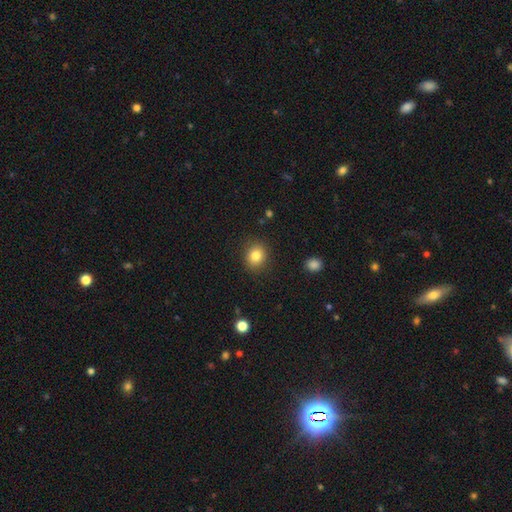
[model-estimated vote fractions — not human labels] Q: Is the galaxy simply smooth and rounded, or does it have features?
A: smooth — 83%.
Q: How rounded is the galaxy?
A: round — 69%.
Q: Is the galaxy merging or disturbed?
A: none — 87%.